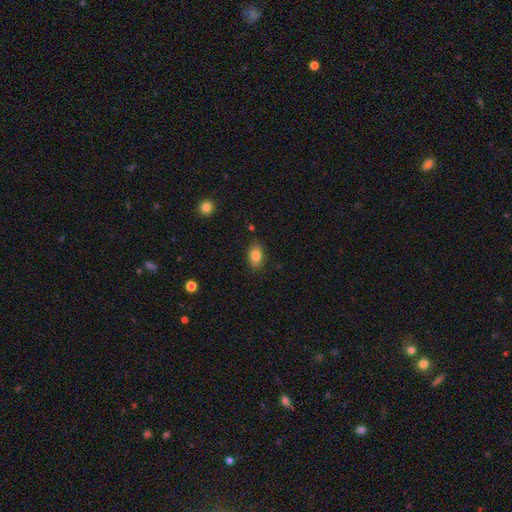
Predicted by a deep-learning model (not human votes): A smooth galaxy with no disk features (84%) that is in between round and cigar-shaped (87%). Merging: none (84%).